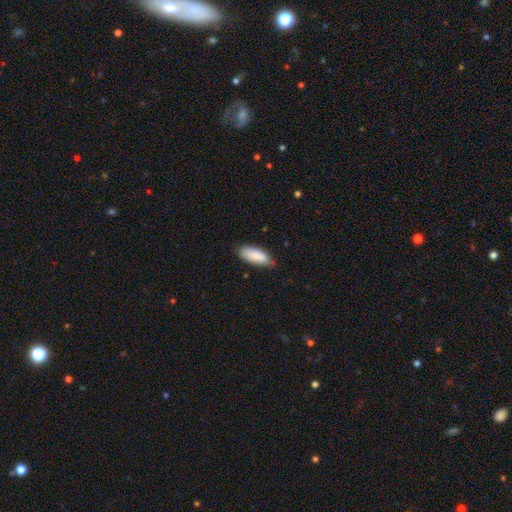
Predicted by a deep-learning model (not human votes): smooth-or-featured: smooth: 88% | featured or disk: 6% | star or artifact: 6%
  how-rounded: in between: 77% | cigar-shaped: 21% | round: 2%
  merging: none: 73% | minor disturbance: 23% | major disturbance: 3% | merger: 1%